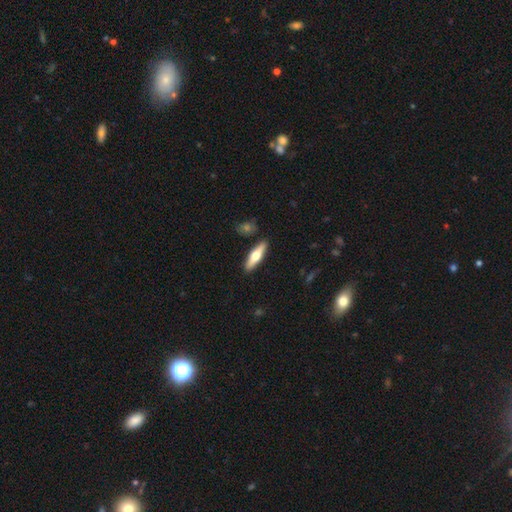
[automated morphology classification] smooth 52%, featured or disk 43%, star or artifact 5%. Down the decision tree: how rounded — cigar-shaped (69%); merging — none (89%).